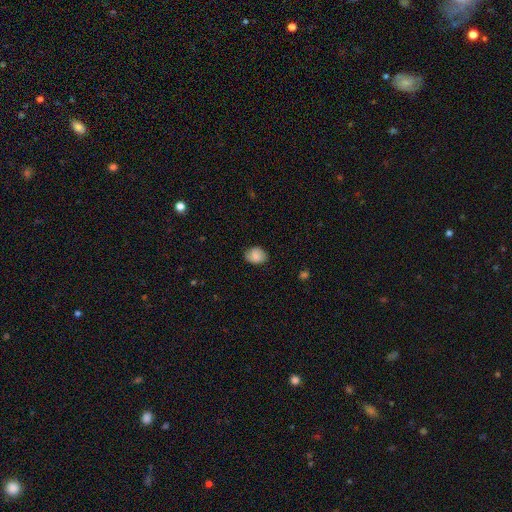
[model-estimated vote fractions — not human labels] This appears to be a smooth galaxy with no disk features (79%) that is in between round and cigar-shaped (56%). Merging: none (79%).